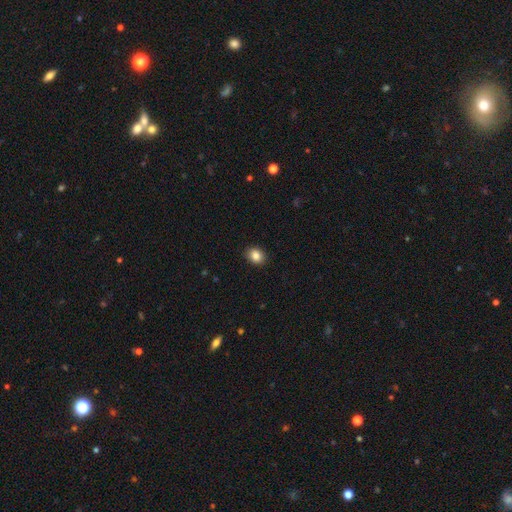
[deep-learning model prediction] Overall: smooth (86%). How rounded: round (53%; in between 46%). Merging: none (90%).